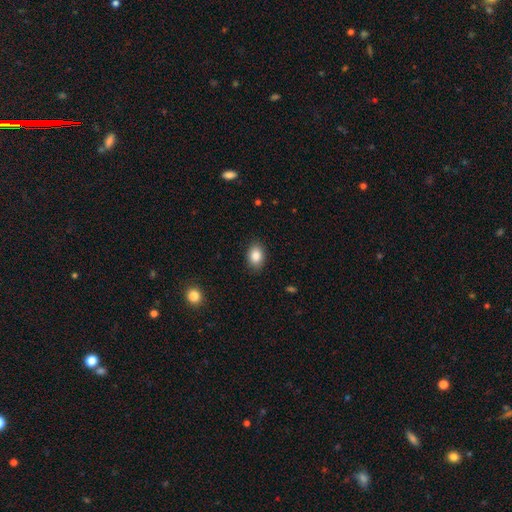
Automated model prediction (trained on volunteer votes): Morphology: type=smooth (86%); roundness=in between (77%); merging=none (87%).